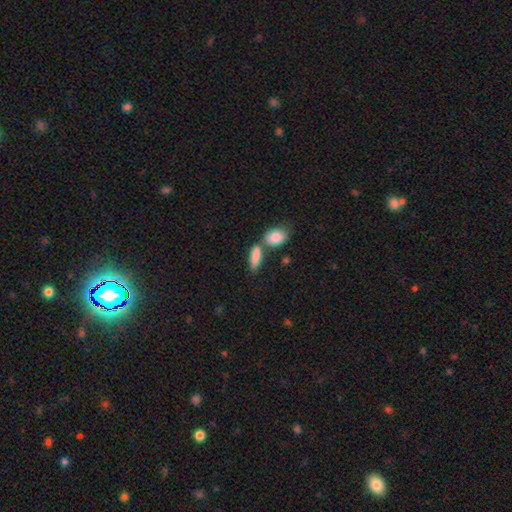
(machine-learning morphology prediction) smooth_or_featured: smooth (p=0.85) [alt: featured or disk p=0.08]
how_rounded: in between (p=0.65) [alt: cigar-shaped p=0.31]
merging: none (p=0.49) [alt: merger p=0.34]